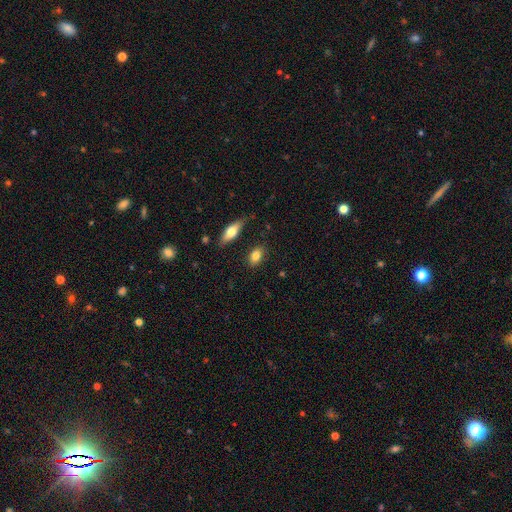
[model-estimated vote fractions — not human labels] smooth_or_featured: smooth (p=0.81) [alt: featured or disk p=0.11]
how_rounded: in between (p=0.80) [alt: round p=0.15]
merging: none (p=0.83) [alt: minor disturbance p=0.11]